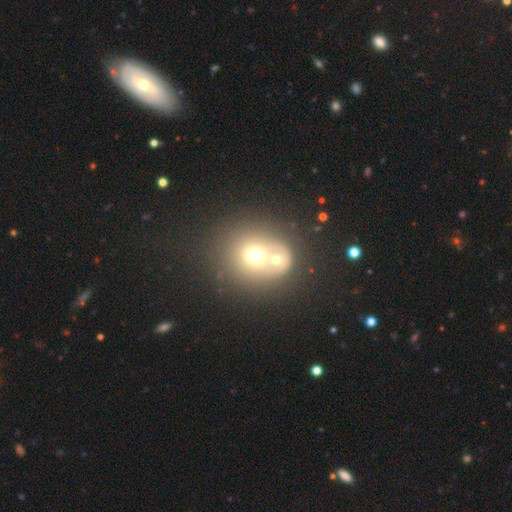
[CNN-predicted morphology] Smooth or featured?
  - smooth: 62% *
  - featured or disk: 22%
  - star or artifact: 16%
How rounded?
  - round: 76% *
  - in between: 23%
  - cigar-shaped: 1%
Merging?
  - merger: 53% *
  - none: 33%
  - minor disturbance: 9%
  - major disturbance: 5%